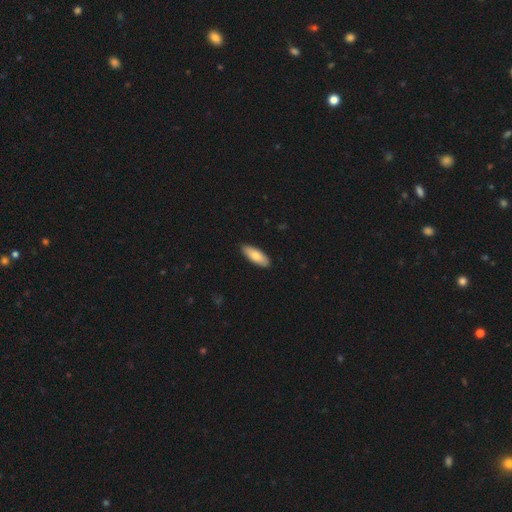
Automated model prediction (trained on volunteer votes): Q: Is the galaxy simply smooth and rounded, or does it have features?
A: smooth — 79%.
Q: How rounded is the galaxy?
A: in between — 74%.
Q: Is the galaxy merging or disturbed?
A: none — 89%.